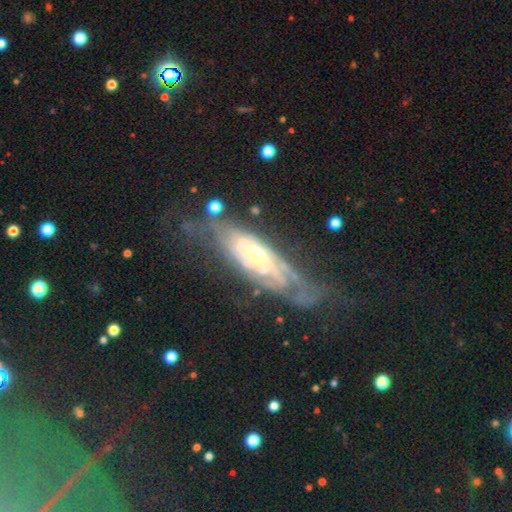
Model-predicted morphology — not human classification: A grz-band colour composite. It shows a featured or disk galaxy (83%) with no bar (52%), tight (64%) spiral arms (89%) and a moderate central bulge (49%). Merging: none (53%).